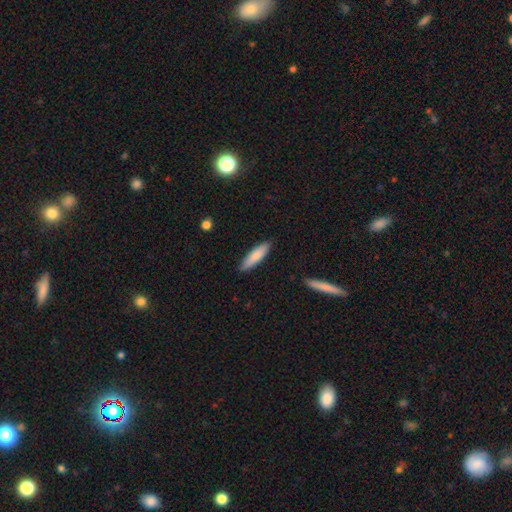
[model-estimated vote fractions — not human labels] smooth_or_featured: smooth (p=0.80) [alt: featured or disk p=0.14]
how_rounded: cigar-shaped (p=0.70) [alt: in between p=0.28]
merging: none (p=0.88) [alt: minor disturbance p=0.09]